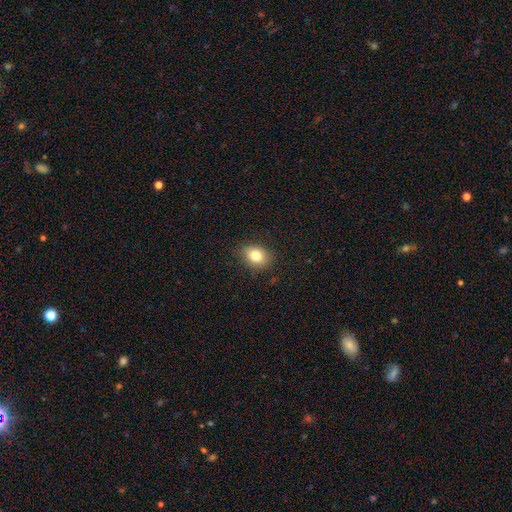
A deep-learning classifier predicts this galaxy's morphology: Smooth or featured: smooth — 81% (star or artifact — 10%)
How rounded: in between — 61% (round — 38%)
Merging: none — 84% (minor disturbance — 12%)